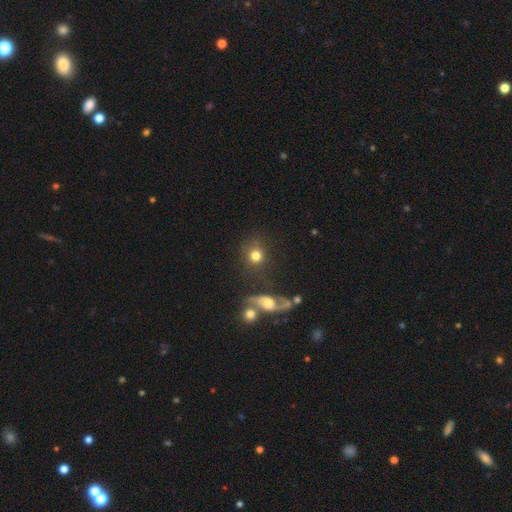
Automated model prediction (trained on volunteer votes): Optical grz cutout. It shows a smooth galaxy with no disk features (73%) that is round (87%). Merging: none (69%).